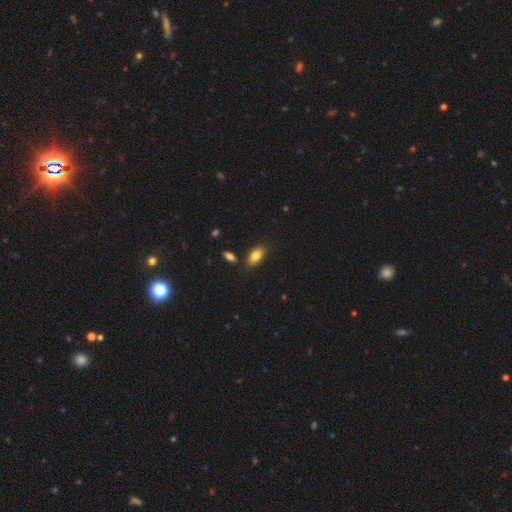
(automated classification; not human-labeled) Smooth or featured? smooth (82%)
How rounded? in between (89%)
Merging? none (82%)